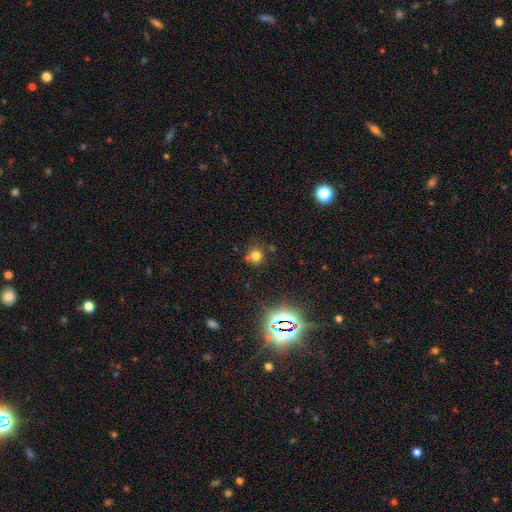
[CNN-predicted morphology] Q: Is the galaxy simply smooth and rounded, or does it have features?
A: smooth — 72%.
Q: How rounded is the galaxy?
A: round — 89%.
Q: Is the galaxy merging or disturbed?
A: none — 69%.